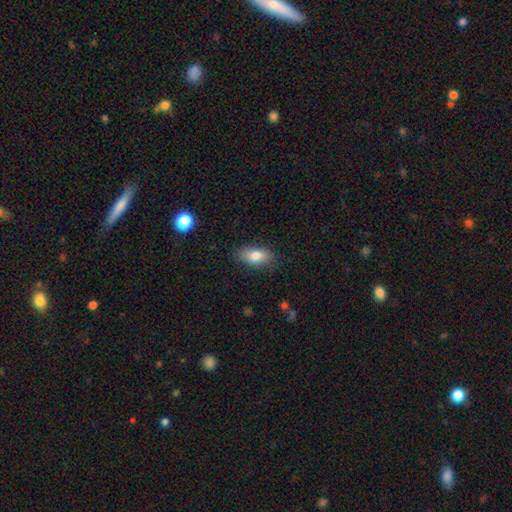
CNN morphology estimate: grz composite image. It shows a smooth galaxy with no disk features (81%) that is in between round and cigar-shaped (88%). Merging: none (82%).